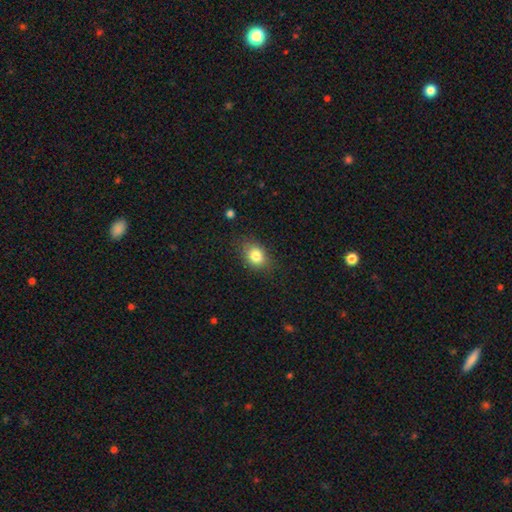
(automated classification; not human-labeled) This is clearly a smooth galaxy (82%). How rounded: likely in between (60%). Merging: likely none (80%).